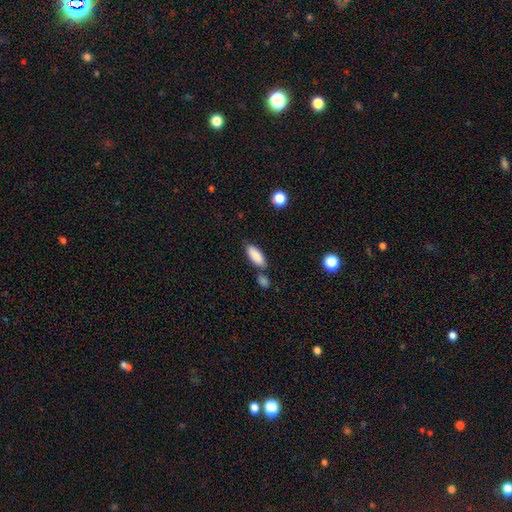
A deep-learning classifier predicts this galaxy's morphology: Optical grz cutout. It shows a smooth galaxy with no disk features (87%) that is in between round and cigar-shaped (81%). Merging: none (67%).